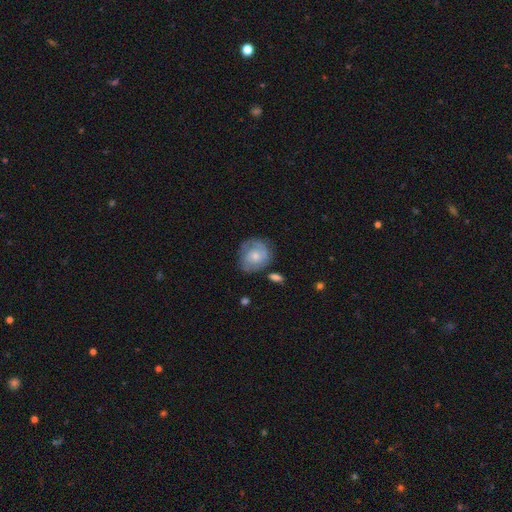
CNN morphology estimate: Smooth or featured? featured or disk (55%)
Edge-on disk? no (97%)
Bar? no (77%)
Spiral arms? yes (79%)
Bulge size? small (54%)
Merging? none (66%)